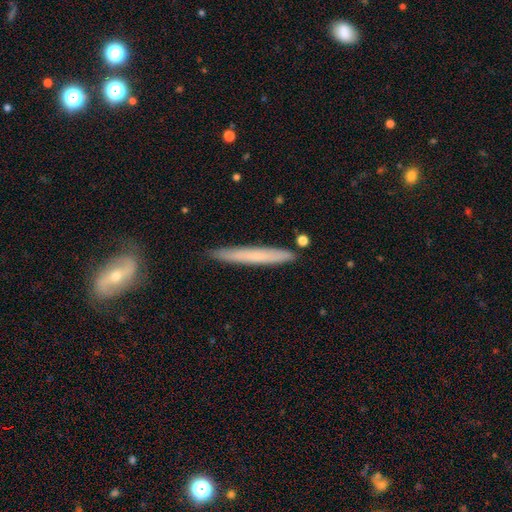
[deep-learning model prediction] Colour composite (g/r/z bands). It shows a smooth galaxy with no disk features (60%) that is cigar-shaped (96%). Merging: none (87%).